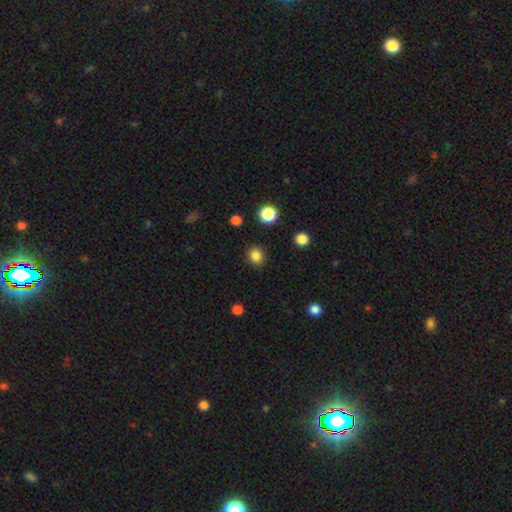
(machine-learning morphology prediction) The model was most divided on "how rounded": round: 70%, in between: 29%, cigar-shaped: 1%. More confident: merging — none (89%); smooth or featured — smooth (84%).